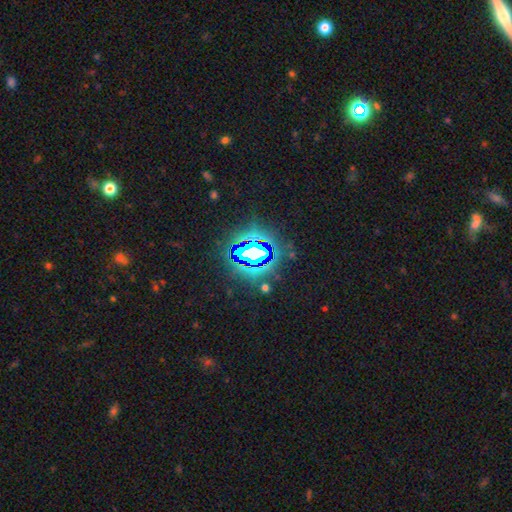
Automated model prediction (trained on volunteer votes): Smooth or featured: star or artifact — 78% (smooth — 12%)